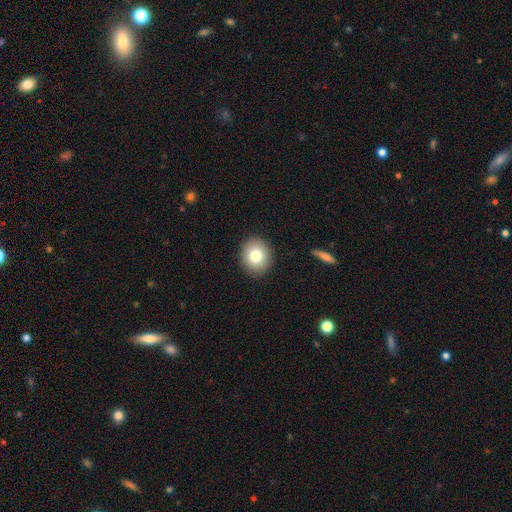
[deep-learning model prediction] A smooth galaxy with no disk features (79%) that is round (74%).

Vote fractions:
- Smooth or featured? smooth: 79% / featured or disk: 11% / star or artifact: 9%
- How rounded? round: 74% / in between: 25% / cigar-shaped: 1%
- Merging? none: 90% / minor disturbance: 6% / major disturbance: 2% / merger: 1%